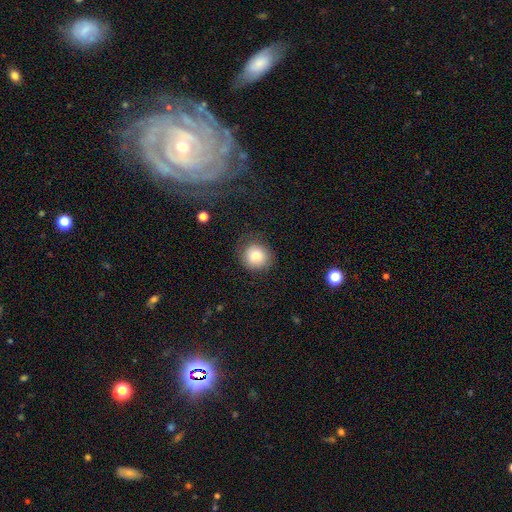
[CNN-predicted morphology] smooth_or_featured: smooth (p=0.80) [alt: featured or disk p=0.11]
how_rounded: round (p=0.89) [alt: in between p=0.10]
merging: none (p=0.80) [alt: minor disturbance p=0.13]